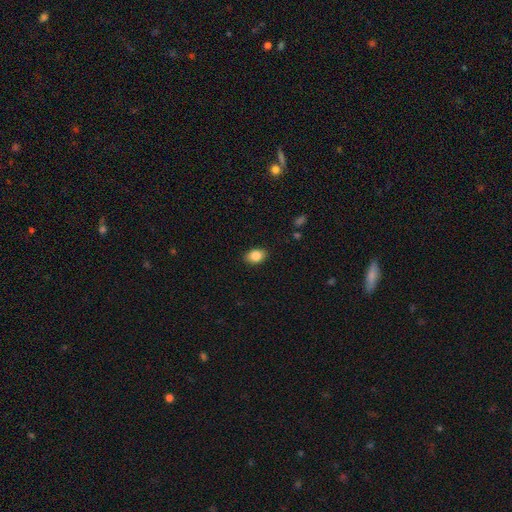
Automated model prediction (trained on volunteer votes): This is clearly a smooth galaxy (85%). How rounded: clearly in between (81%). Merging: clearly none (88%).